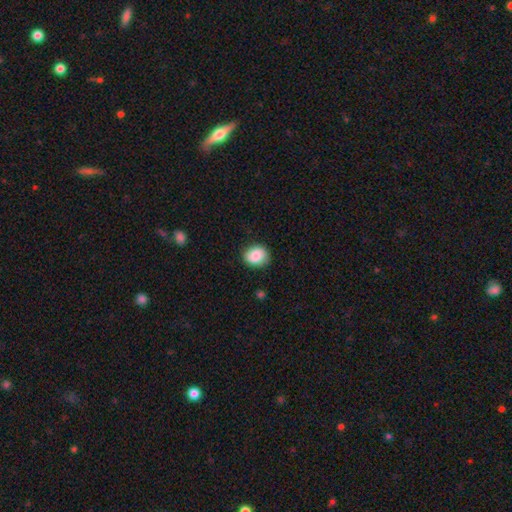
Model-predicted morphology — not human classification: smooth_or_featured: smooth (p=0.86) [alt: star or artifact p=0.08]
how_rounded: round (p=0.61) [alt: in between p=0.38]
merging: none (p=0.84) [alt: minor disturbance p=0.12]